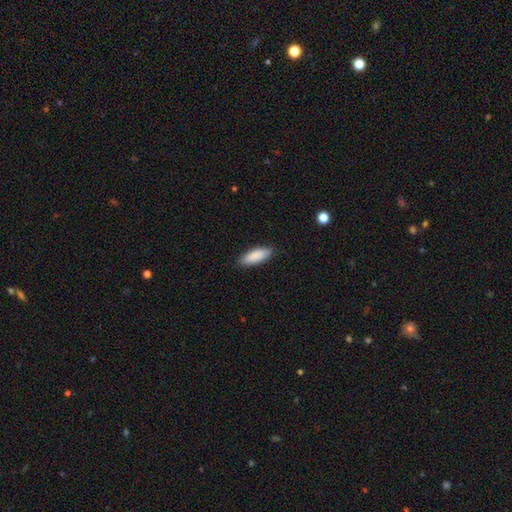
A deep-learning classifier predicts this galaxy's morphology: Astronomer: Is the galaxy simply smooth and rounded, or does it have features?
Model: smooth — 89%.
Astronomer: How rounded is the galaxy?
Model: in between — 63%.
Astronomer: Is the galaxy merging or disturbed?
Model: none — 86%.